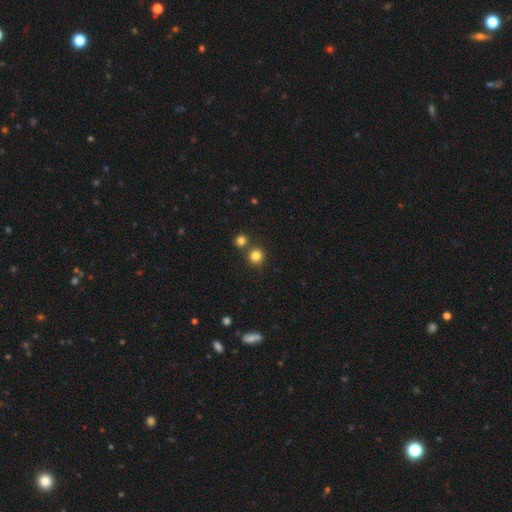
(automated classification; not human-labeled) The model was most divided on "merging": none: 75%, merger: 16%, minor disturbance: 7%, major disturbance: 2%. More confident: how rounded — round (93%); smooth or featured — smooth (82%).